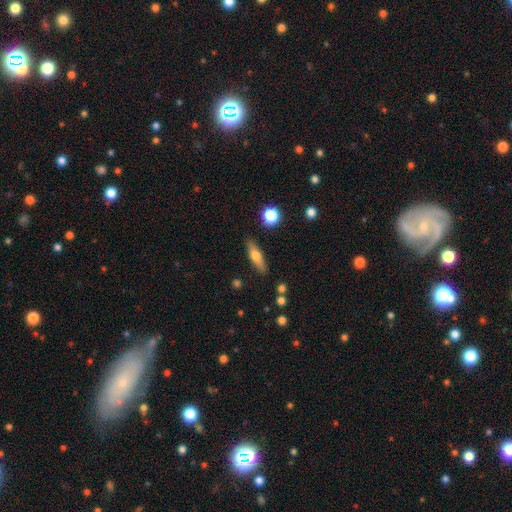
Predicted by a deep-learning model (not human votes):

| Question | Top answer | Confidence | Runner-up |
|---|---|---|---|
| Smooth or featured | smooth | 60% | featured or disk (33%) |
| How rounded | cigar-shaped | 60% | in between (36%) |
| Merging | none | 85% | minor disturbance (10%) |